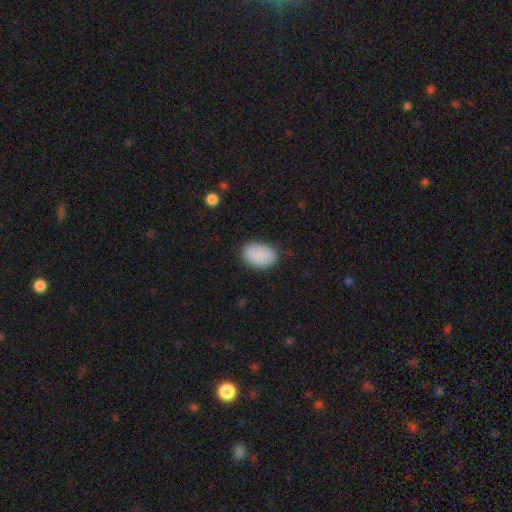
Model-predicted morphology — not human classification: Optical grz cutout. It shows a smooth galaxy with no disk features (89%) that is in between round and cigar-shaped (88%). Merging: none (85%).